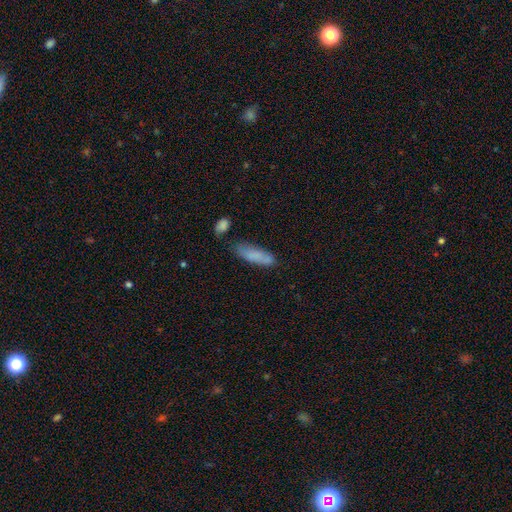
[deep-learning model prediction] Smooth or featured?
  - smooth: 78% *
  - featured or disk: 15%
  - star or artifact: 7%
How rounded?
  - cigar-shaped: 55% *
  - in between: 43%
  - round: 2%
Merging?
  - none: 63% *
  - minor disturbance: 22%
  - merger: 10%
  - major disturbance: 6%